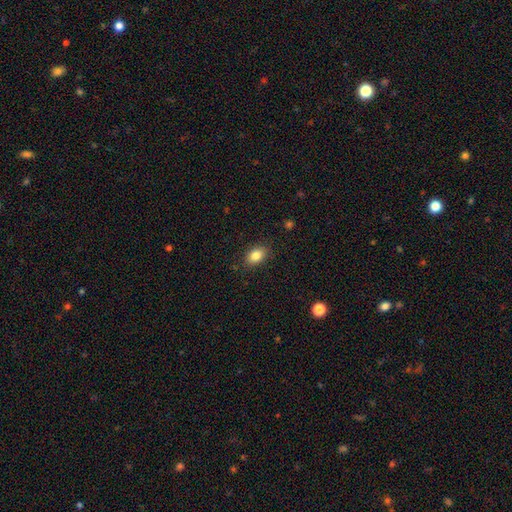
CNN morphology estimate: Smooth or featured?
  - smooth: 84% *
  - star or artifact: 9%
  - featured or disk: 7%
How rounded?
  - in between: 83% *
  - round: 16%
  - cigar-shaped: 1%
Merging?
  - none: 86% *
  - minor disturbance: 11%
  - major disturbance: 3%
  - merger: 1%